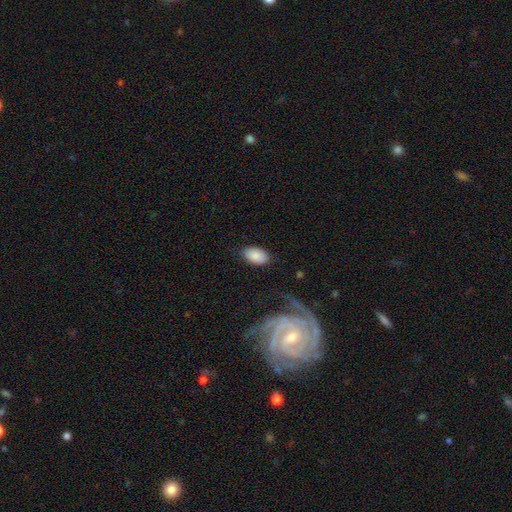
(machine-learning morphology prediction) Smooth or featured: smooth — 86% (featured or disk — 8%)
How rounded: in between — 93% (round — 6%)
Merging: none — 80% (minor disturbance — 13%)